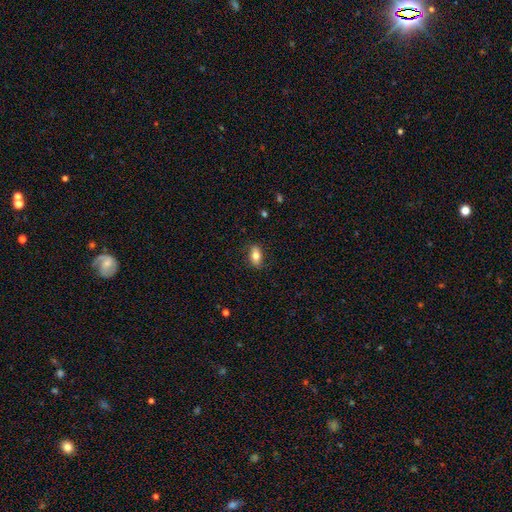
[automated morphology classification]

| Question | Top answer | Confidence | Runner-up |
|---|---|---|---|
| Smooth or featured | smooth | 76% | featured or disk (16%) |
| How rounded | in between | 86% | cigar-shaped (7%) |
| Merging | none | 84% | minor disturbance (13%) |